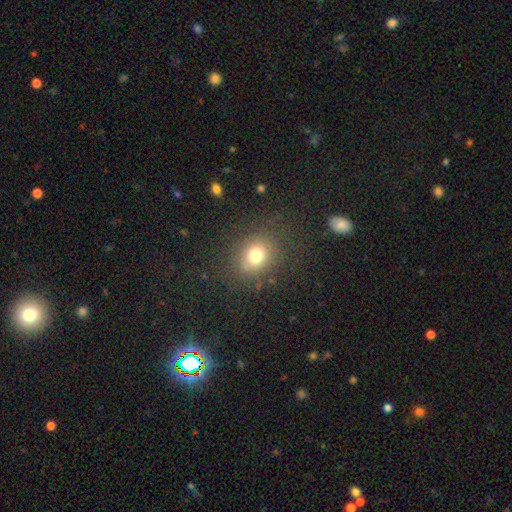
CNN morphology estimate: smooth_or_featured: smooth (p=0.73) [alt: star or artifact p=0.17]
how_rounded: round (p=0.64) [alt: in between p=0.35]
merging: none (p=0.80) [alt: minor disturbance p=0.12]